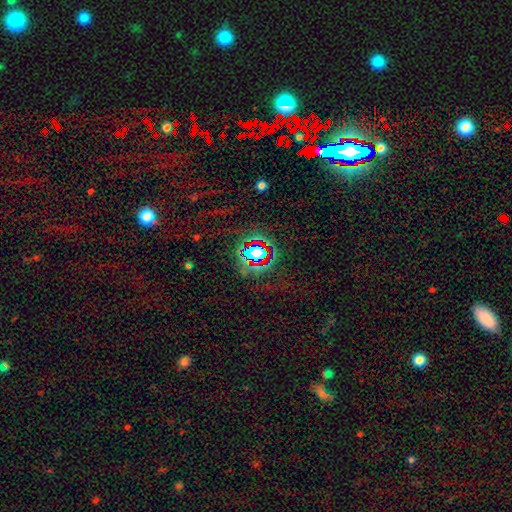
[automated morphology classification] type=star or artifact (69%).